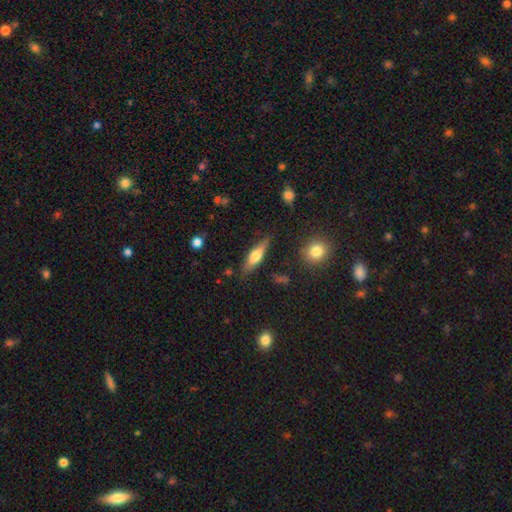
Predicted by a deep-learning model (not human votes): Smooth or featured: smooth — 54% (featured or disk — 39%)
How rounded: cigar-shaped — 57% (in between — 40%)
Merging: none — 79% (minor disturbance — 15%)